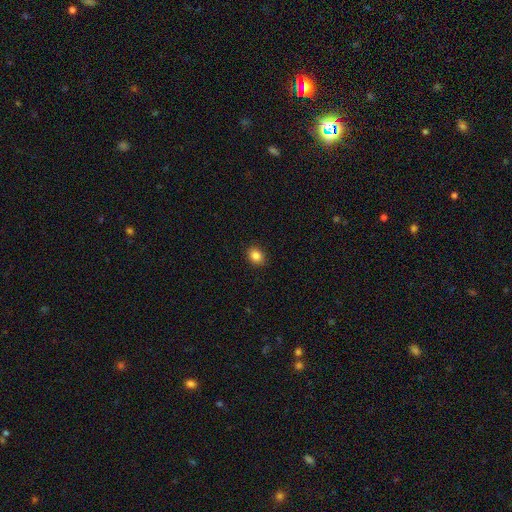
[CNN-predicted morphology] The model was most divided on "how rounded": round: 58%, in between: 41%, cigar-shaped: 1%. More confident: merging — none (91%); smooth or featured — smooth (85%).